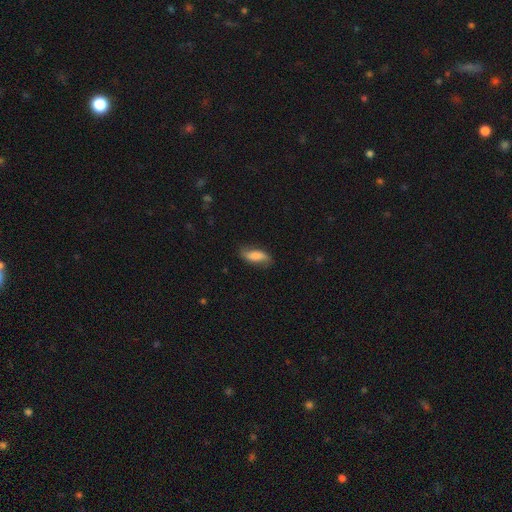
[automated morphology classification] A smooth galaxy with no disk features (69%) that is in between round and cigar-shaped (73%).

Vote fractions:
- Smooth or featured? smooth: 69% / featured or disk: 23% / star or artifact: 7%
- How rounded? in between: 73% / cigar-shaped: 24% / round: 3%
- Merging? none: 71% / minor disturbance: 21% / major disturbance: 6% / merger: 2%